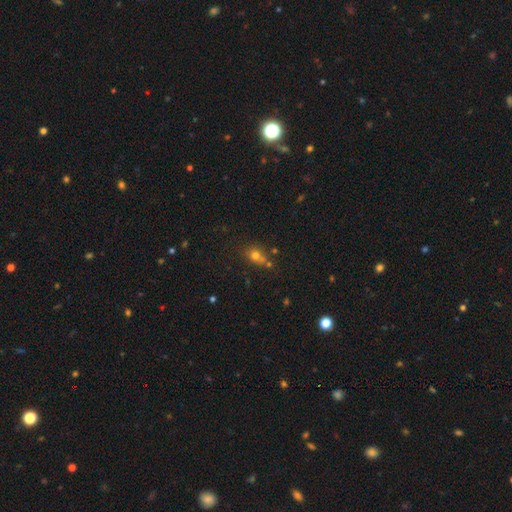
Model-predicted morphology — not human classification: Smooth or featured: smooth — 70% (star or artifact — 19%)
How rounded: round — 69% (in between — 29%)
Merging: none — 56% (merger — 24%)